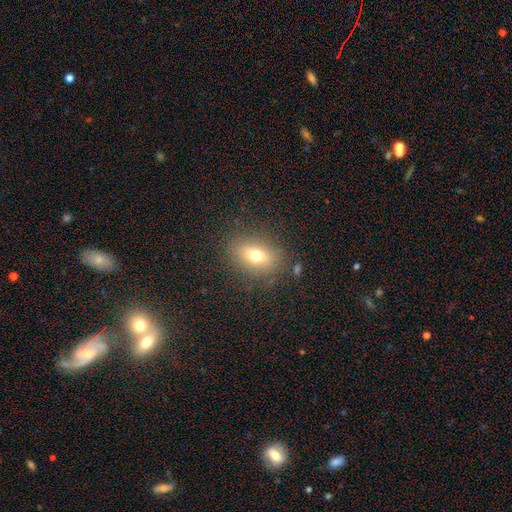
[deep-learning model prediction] The model was most divided on "how rounded": in between: 72%, round: 23%, cigar-shaped: 5%. More confident: merging — none (84%); smooth or featured — smooth (70%).